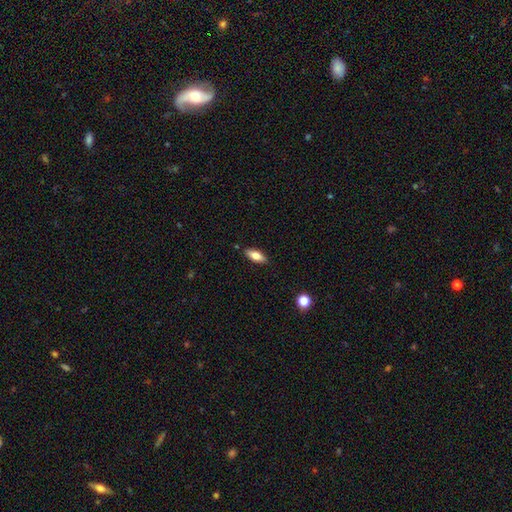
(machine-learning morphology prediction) Smooth or featured? Predicted: smooth (p=0.73). How rounded? Predicted: in between (p=0.79). Merging? Predicted: none (p=0.88).